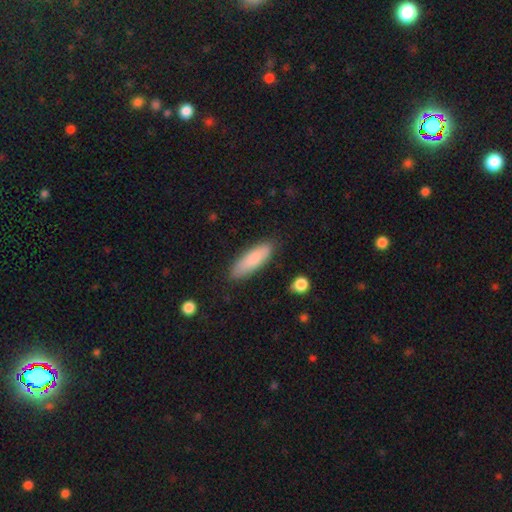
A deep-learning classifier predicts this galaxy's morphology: This appears to be a smooth galaxy with no disk features (83%) that is cigar-shaped (50%). Merging: none (83%).